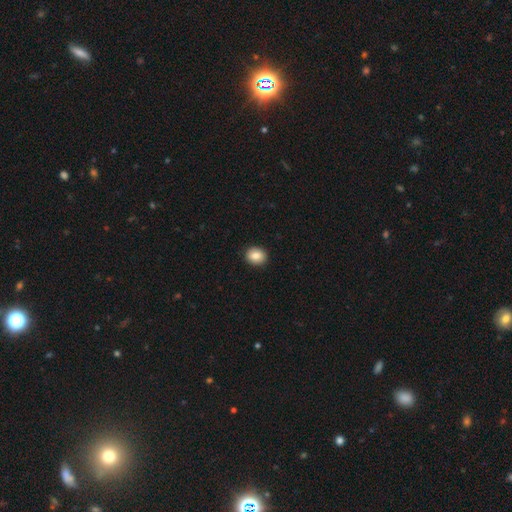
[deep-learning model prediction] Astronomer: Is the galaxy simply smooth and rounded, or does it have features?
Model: smooth — 86%.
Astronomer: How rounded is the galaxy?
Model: round — 63%.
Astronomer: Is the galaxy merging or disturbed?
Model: none — 92%.